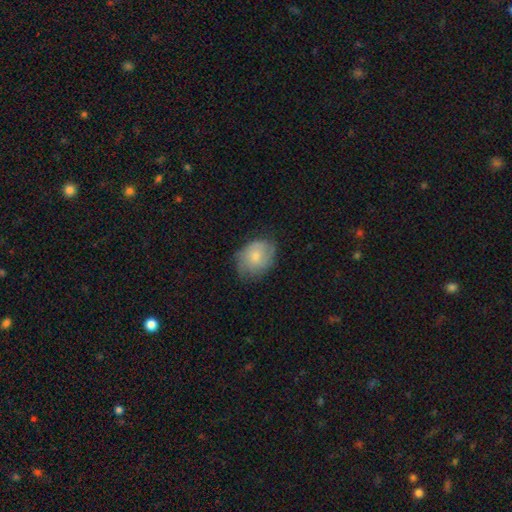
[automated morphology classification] smooth-or-featured: smooth: 67% | featured or disk: 26% | star or artifact: 7%
  how-rounded: in between: 59% | round: 40% | cigar-shaped: 1%
  merging: none: 61% | minor disturbance: 29% | major disturbance: 9% | merger: 1%